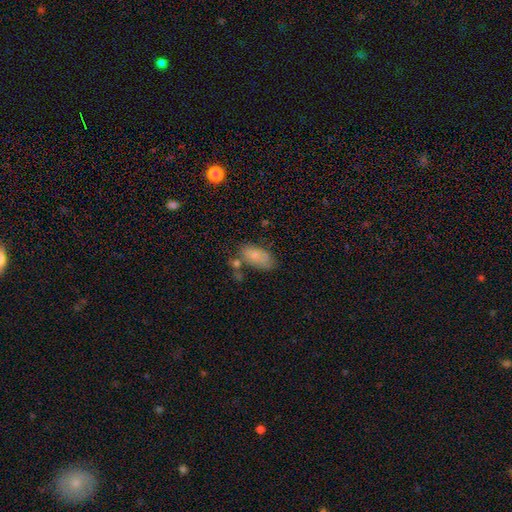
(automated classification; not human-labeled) smooth 76%, featured or disk 16%, star or artifact 8%. Down the decision tree: how rounded — in between (92%); merging — none (53%).